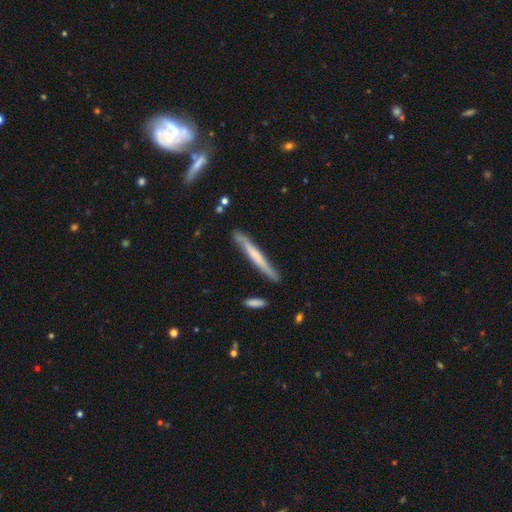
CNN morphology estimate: This appears to be a featured or disk galaxy (49%). Merging: none (82%).